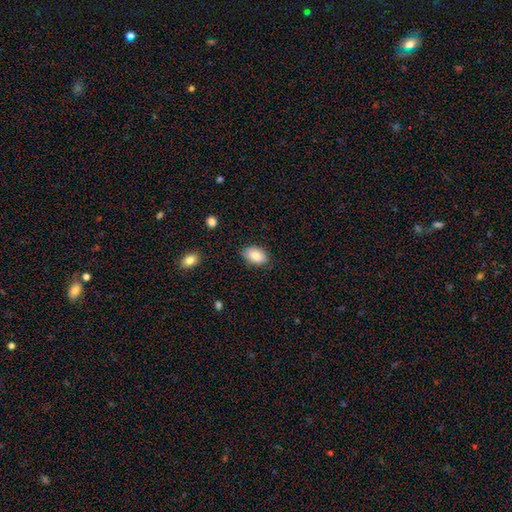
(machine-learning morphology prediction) This is clearly a smooth galaxy (86%). How rounded: clearly in between (91%). Merging: clearly none (83%).